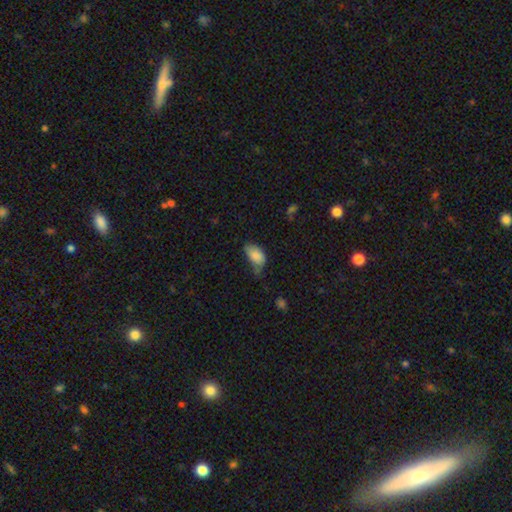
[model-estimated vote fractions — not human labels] smooth_or_featured: smooth (p=0.83) [alt: featured or disk p=0.10]
how_rounded: in between (p=0.92) [alt: round p=0.06]
merging: minor disturbance (p=0.43) [alt: none p=0.31]